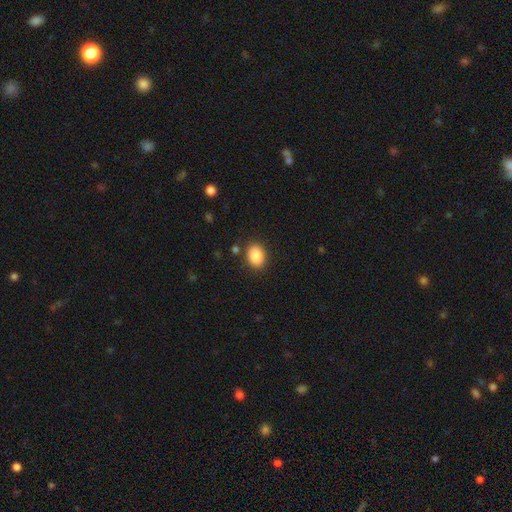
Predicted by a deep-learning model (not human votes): A smooth galaxy with no disk features (89%) that is in between round and cigar-shaped (73%).

Vote fractions:
- Smooth or featured? smooth: 89% / star or artifact: 8% / featured or disk: 3%
- How rounded? in between: 73% / round: 26% / cigar-shaped: 1%
- Merging? none: 86% / minor disturbance: 9% / major disturbance: 3% / merger: 2%